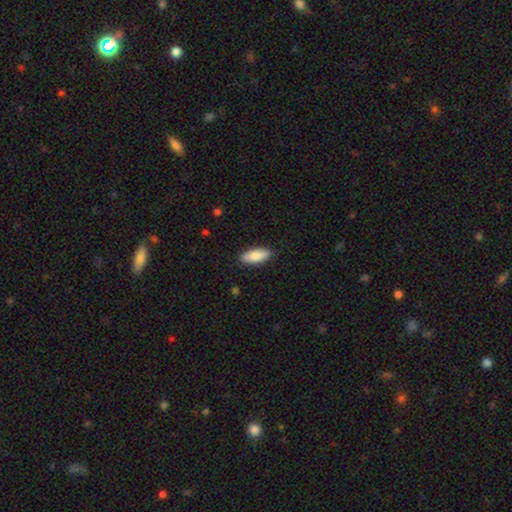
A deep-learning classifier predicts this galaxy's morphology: A smooth galaxy with no disk features (83%) that is in between round and cigar-shaped (73%).

Vote fractions:
- Smooth or featured? smooth: 83% / featured or disk: 11% / star or artifact: 6%
- How rounded? in between: 73% / cigar-shaped: 25% / round: 2%
- Merging? none: 87% / minor disturbance: 10% / major disturbance: 2% / merger: 1%